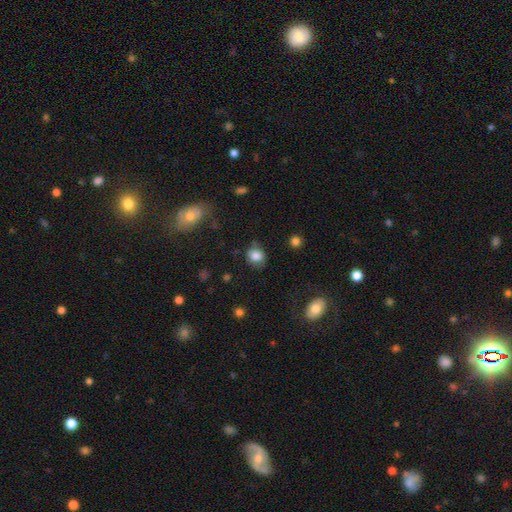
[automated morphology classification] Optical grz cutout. It shows a smooth galaxy with no disk features (82%) that is round (71%). Merging: none (70%).